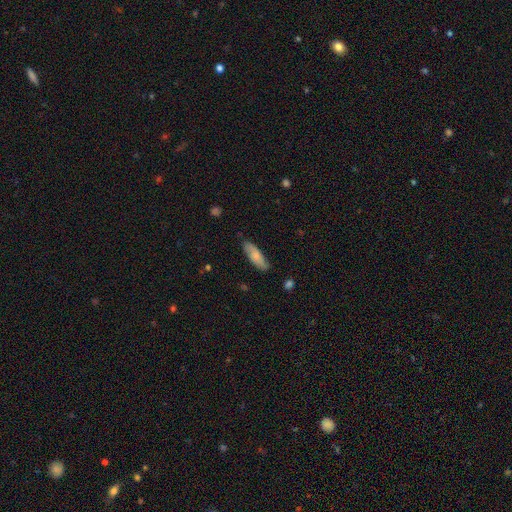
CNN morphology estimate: This is likely a smooth galaxy (70%). How rounded: possibly in between (52%). Merging: clearly none (81%).